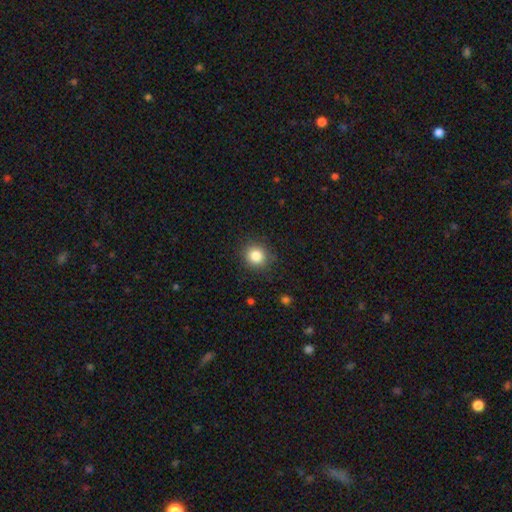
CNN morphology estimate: A smooth galaxy with no disk features (84%) that is round (87%).

Vote fractions:
- Smooth or featured? smooth: 84% / star or artifact: 11% / featured or disk: 5%
- How rounded? round: 87% / in between: 12% / cigar-shaped: 1%
- Merging? none: 88% / minor disturbance: 9% / major disturbance: 3% / merger: 1%